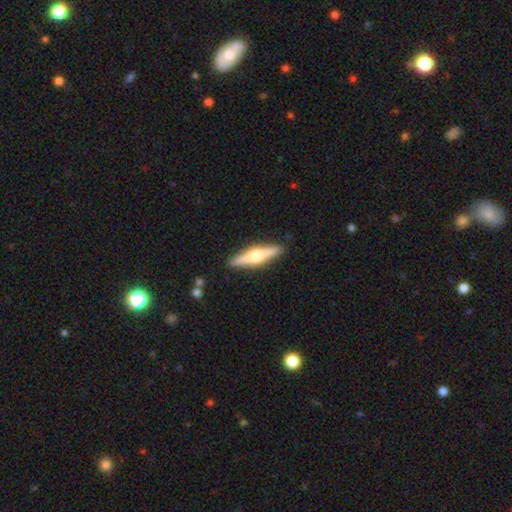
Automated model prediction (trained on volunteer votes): Smooth or featured? Predicted: featured or disk (p=0.68). Edge-on disk? Predicted: yes (p=0.97). Edge-on bulge? Predicted: rounded (p=0.93). Merging? Predicted: none (p=0.90).